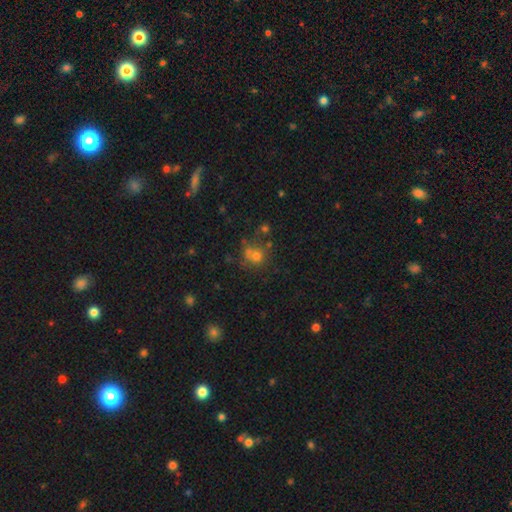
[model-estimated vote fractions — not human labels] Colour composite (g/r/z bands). It shows a smooth galaxy with no disk features (65%) that is round (82%). Merging: none (52%).